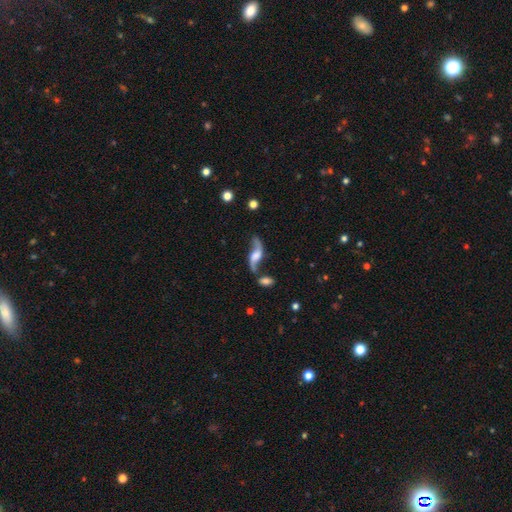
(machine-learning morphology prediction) featured or disk 82%, smooth 12%, star or artifact 6%. Down the decision tree: edge-on disk — no (88%); bar — no (54%); spiral arms — yes (94%); spiral arm count — 2 (93%); spiral winding — loose (90%); bulge size — moderate (32%); merging — none (54%).